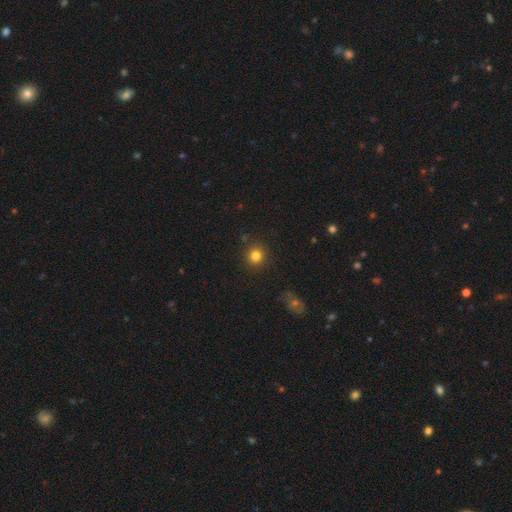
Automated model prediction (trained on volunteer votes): Morphology: type=smooth (81%); roundness=round (90%); merging=none (90%).